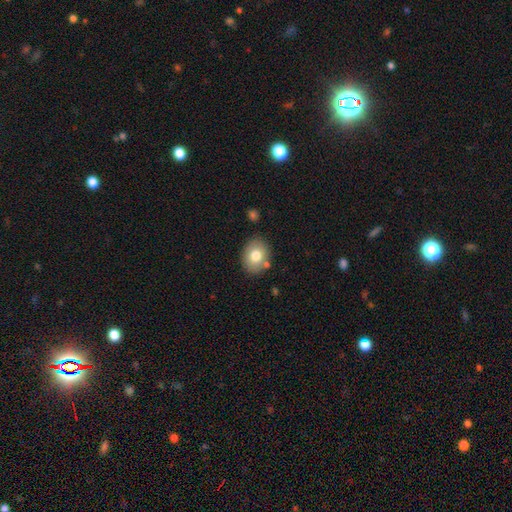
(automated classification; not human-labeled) This appears to be a smooth galaxy with no disk features (76%) that is in between round and cigar-shaped (55%). Merging: none (79%).